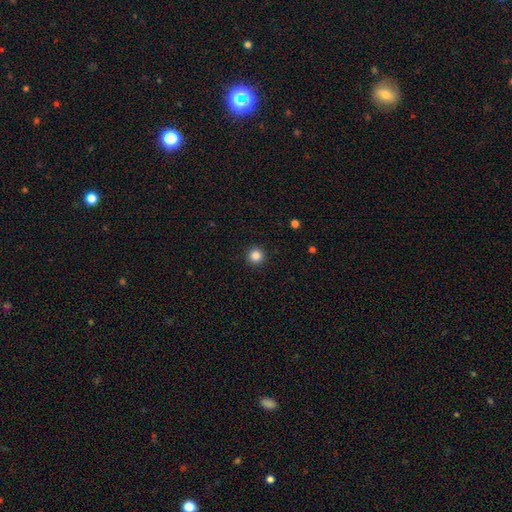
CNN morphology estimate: Overall: smooth (85%). How rounded: round (96%). Merging: none (93%).